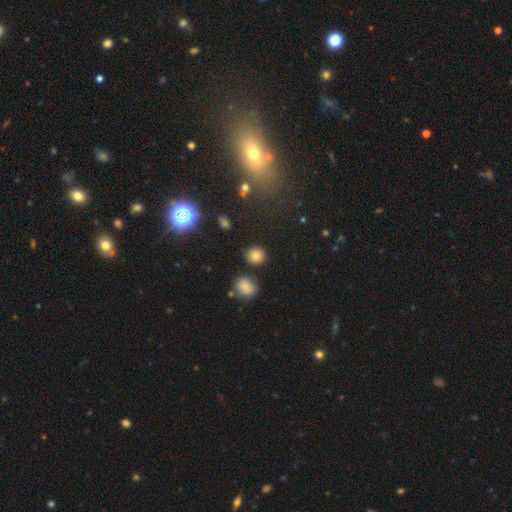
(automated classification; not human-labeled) smooth-or-featured: smooth: 81% | star or artifact: 14% | featured or disk: 5%
  how-rounded: round: 85% | in between: 14% | cigar-shaped: 1%
  merging: none: 85% | minor disturbance: 8% | merger: 4% | major disturbance: 3%